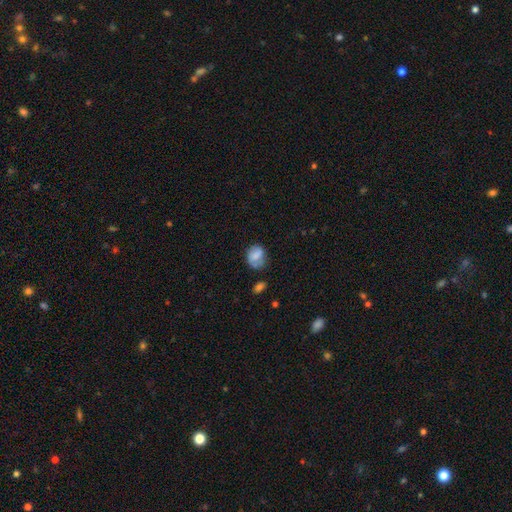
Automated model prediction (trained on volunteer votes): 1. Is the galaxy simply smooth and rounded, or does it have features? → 67% smooth, 24% featured or disk, 9% star or artifact.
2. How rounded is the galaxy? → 51% round, 48% in between, 1% cigar-shaped.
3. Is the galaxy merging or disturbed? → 50% none, 30% minor disturbance, 13% major disturbance, 6% merger.